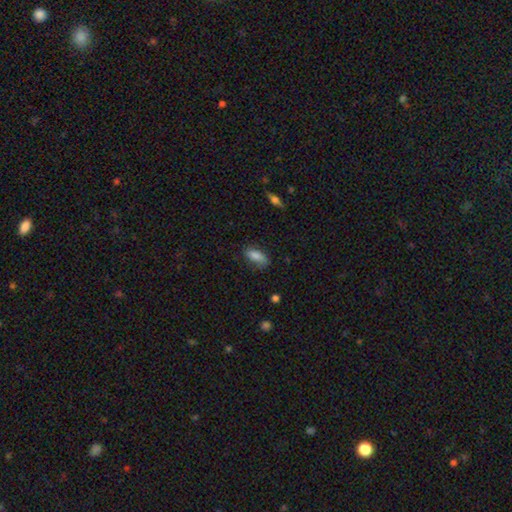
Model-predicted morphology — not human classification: Smooth or featured: smooth — 83% (featured or disk — 10%)
How rounded: in between — 84% (cigar-shaped — 13%)
Merging: none — 71% (minor disturbance — 22%)